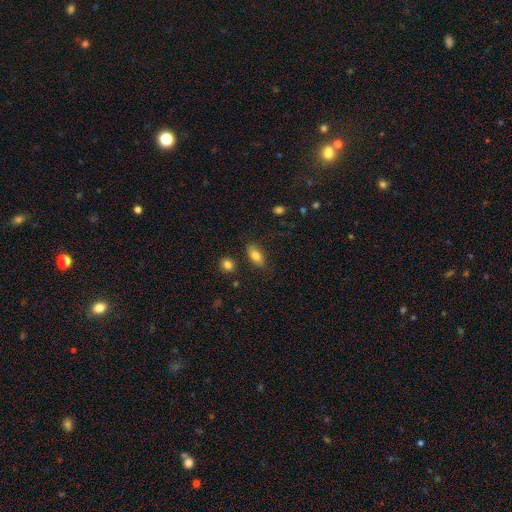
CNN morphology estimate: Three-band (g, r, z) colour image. It shows a smooth galaxy with no disk features (79%) that is in between round and cigar-shaped (85%). Merging: none (82%).